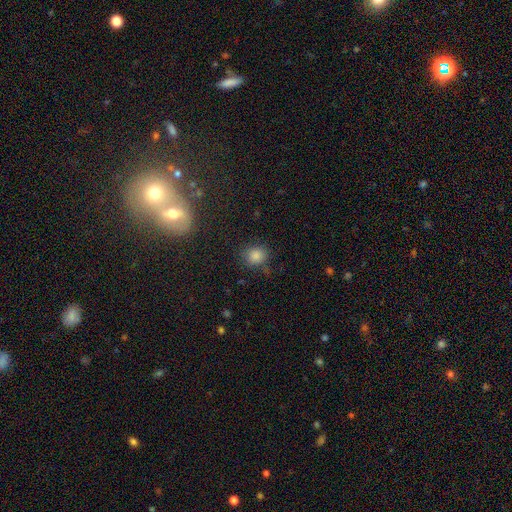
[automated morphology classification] The model was most divided on "how rounded": round: 75%, in between: 24%, cigar-shaped: 1%. More confident: smooth or featured — smooth (83%); merging — none (77%).